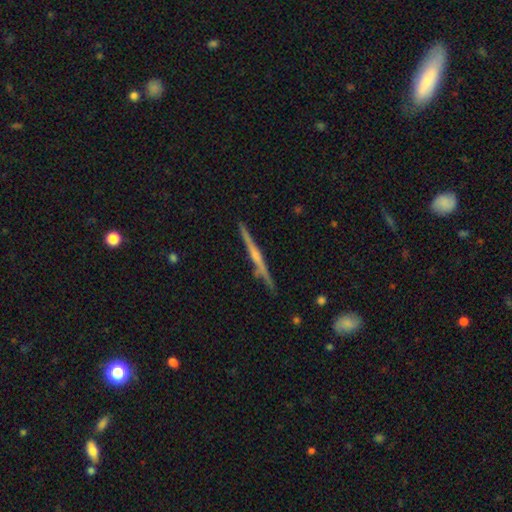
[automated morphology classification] smooth_or_featured: featured or disk (p=0.69) [alt: smooth p=0.25]
disk_edge_on: yes (p=0.98) [alt: no p=0.02]
edge_on_bulge: none (p=0.44) [alt: rounded p=0.43]
merging: none (p=0.86) [alt: minor disturbance p=0.10]